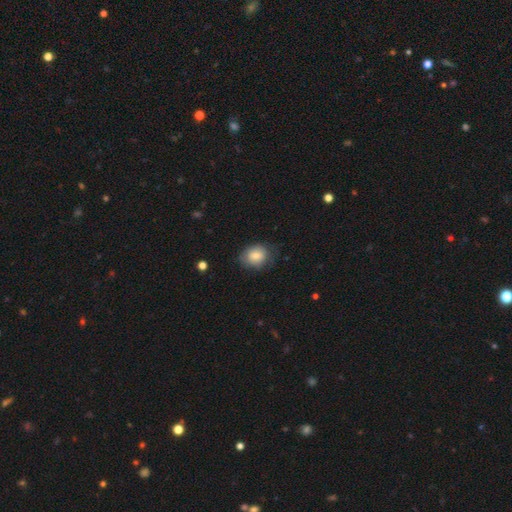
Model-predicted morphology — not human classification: type=smooth (77%); roundness=round (57%); merging=none (69%).